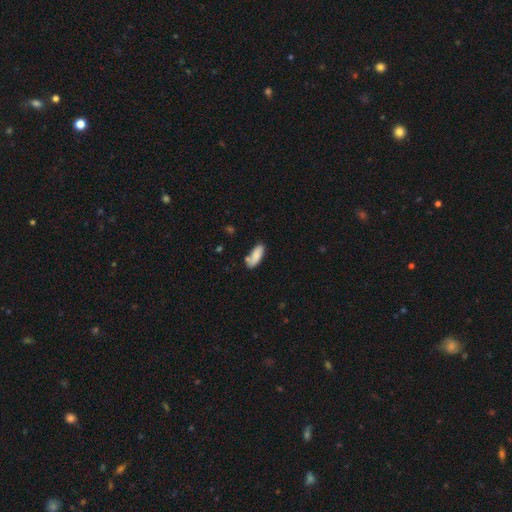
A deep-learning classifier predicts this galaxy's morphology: Smooth or featured? smooth (80%)
How rounded? in between (77%)
Merging? none (64%)